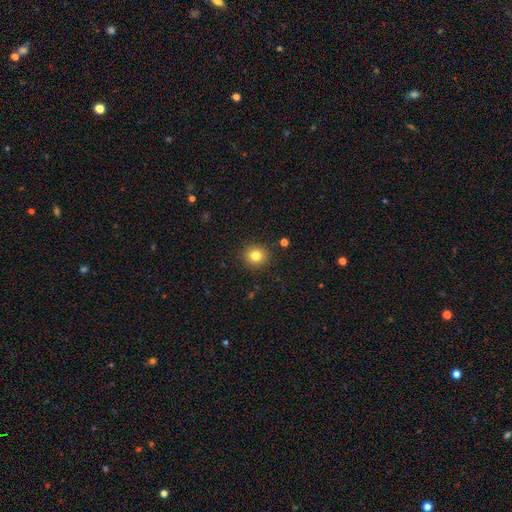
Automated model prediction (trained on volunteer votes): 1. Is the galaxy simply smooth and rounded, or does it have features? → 81% smooth, 11% star or artifact, 7% featured or disk.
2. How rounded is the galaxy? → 88% round, 11% in between, 1% cigar-shaped.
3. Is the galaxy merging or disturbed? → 90% none, 6% minor disturbance, 2% major disturbance, 1% merger.